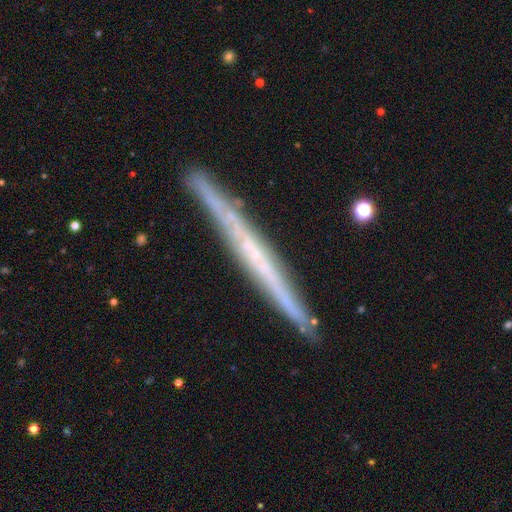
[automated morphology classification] Smooth or featured? featured or disk (71%)
Edge-on disk? yes (96%)
Edge-on bulge? none (83%)
Merging? none (88%)